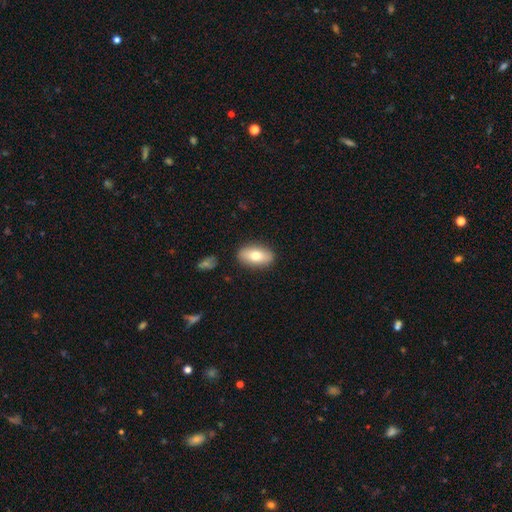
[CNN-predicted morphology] Smooth or featured: smooth — 74% (featured or disk — 19%)
How rounded: in between — 90% (round — 5%)
Merging: none — 87% (minor disturbance — 9%)